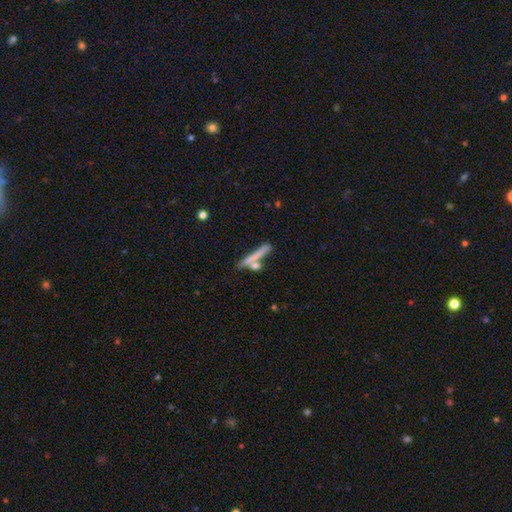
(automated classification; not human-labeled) Morphology: type=smooth (56%); roundness=cigar-shaped (90%); merging=none (67%).